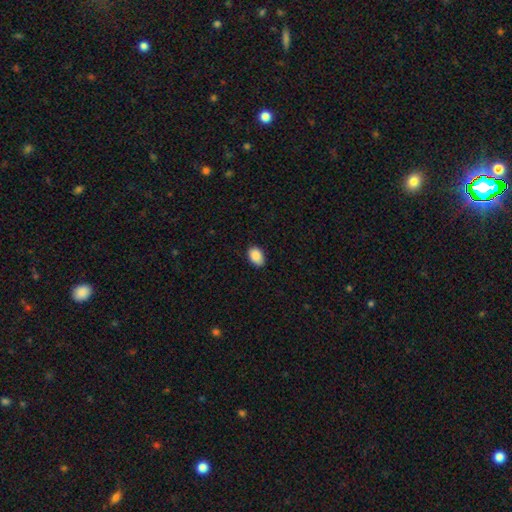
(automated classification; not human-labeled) Smooth or featured?
  - smooth: 89% *
  - star or artifact: 7%
  - featured or disk: 4%
How rounded?
  - in between: 87% *
  - round: 12%
  - cigar-shaped: 1%
Merging?
  - none: 83% *
  - minor disturbance: 14%
  - major disturbance: 2%
  - merger: 1%